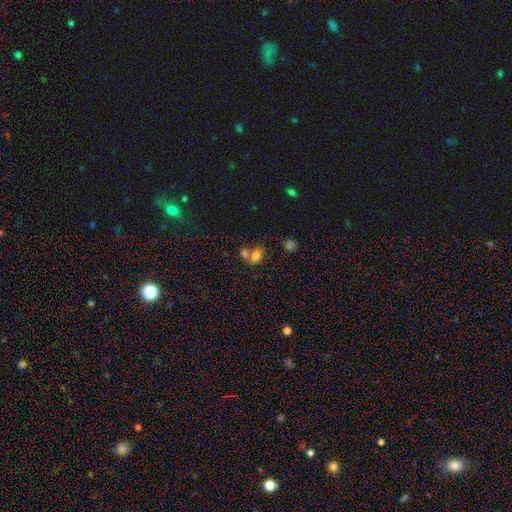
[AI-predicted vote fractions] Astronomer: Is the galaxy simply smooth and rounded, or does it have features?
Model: smooth — 73%.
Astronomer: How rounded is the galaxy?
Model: in between — 68%.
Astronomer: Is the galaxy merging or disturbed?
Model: merger — 50% (runner-up: none, 34%).